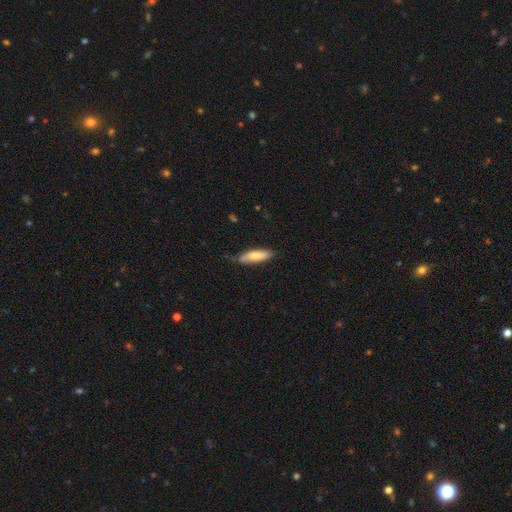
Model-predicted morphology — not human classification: smooth_or_featured: smooth (p=0.76) [alt: featured or disk p=0.18]
how_rounded: cigar-shaped (p=0.55) [alt: in between p=0.44]
merging: none (p=0.71) [alt: minor disturbance p=0.24]